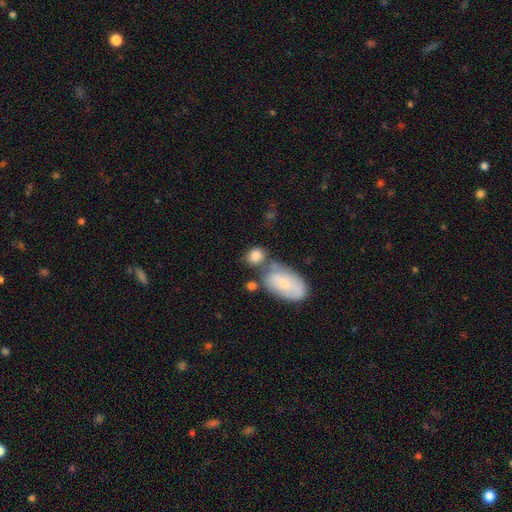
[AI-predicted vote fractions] Morphology: type=smooth (81%); roundness=in between (59%); merging=none (46%).